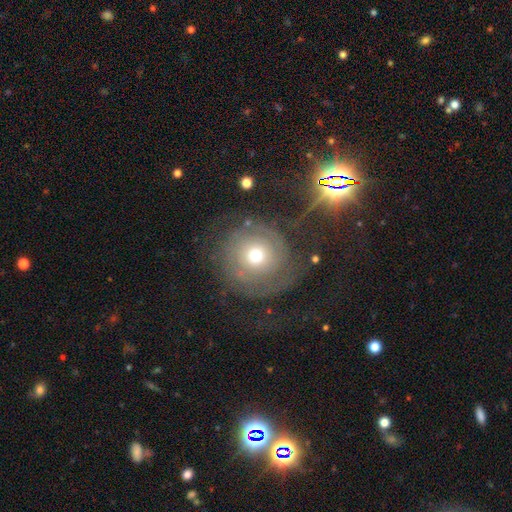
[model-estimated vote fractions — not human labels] Smooth or featured?
  - featured or disk: 58% *
  - smooth: 32%
  - star or artifact: 10%
Edge-on disk?
  - no: 96% *
  - yes: 4%
Bar?
  - no: 86% *
  - weak: 11%
  - strong: 3%
Spiral arms?
  - yes: 71% *
  - no: 29%
Bulge size?
  - moderate: 50% *
  - small: 40%
  - large: 7%
  - dominant: 2%
  - none: 1%
Merging?
  - none: 62% *
  - major disturbance: 20%
  - minor disturbance: 15%
  - merger: 3%